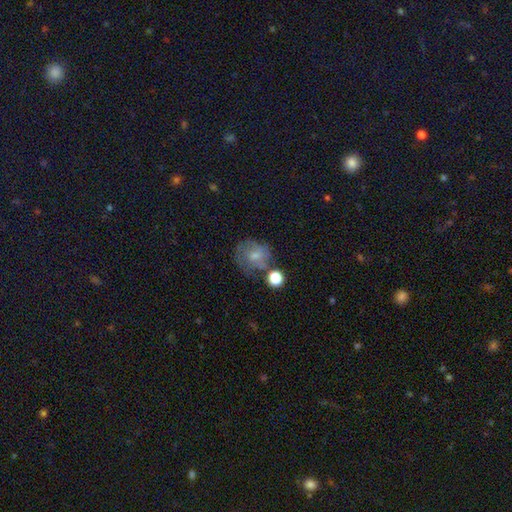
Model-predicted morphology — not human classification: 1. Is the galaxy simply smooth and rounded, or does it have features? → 53% smooth, 36% featured or disk, 11% star or artifact.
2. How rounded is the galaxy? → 76% round, 23% in between, 1% cigar-shaped.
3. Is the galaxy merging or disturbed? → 48% none, 22% minor disturbance, 17% major disturbance, 13% merger.